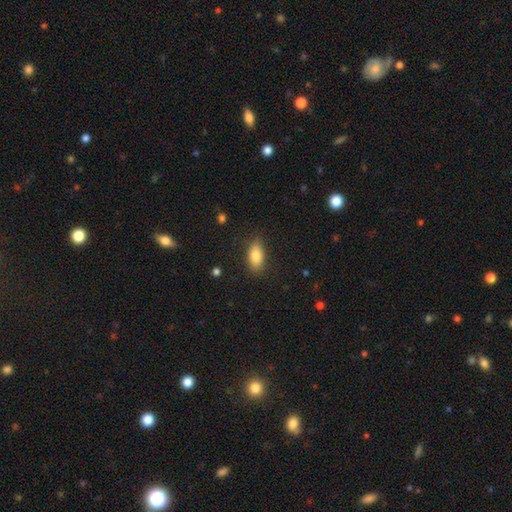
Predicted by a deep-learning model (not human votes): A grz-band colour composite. It shows a smooth galaxy with no disk features (84%) that is in between round and cigar-shaped (88%). Merging: none (83%).